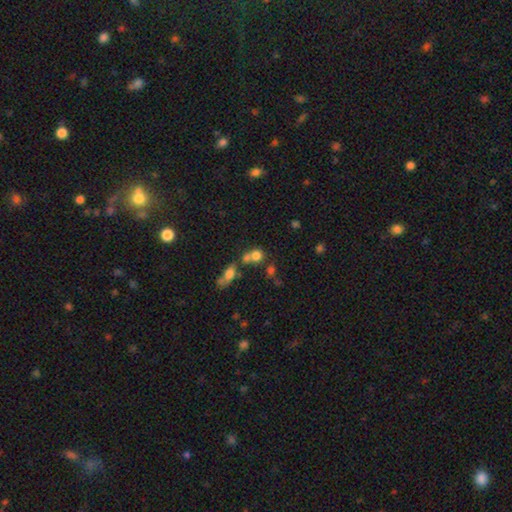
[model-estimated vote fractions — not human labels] smooth 74%, star or artifact 14%, featured or disk 12%. Down the decision tree: how rounded — round (74%); merging — merger (45%).